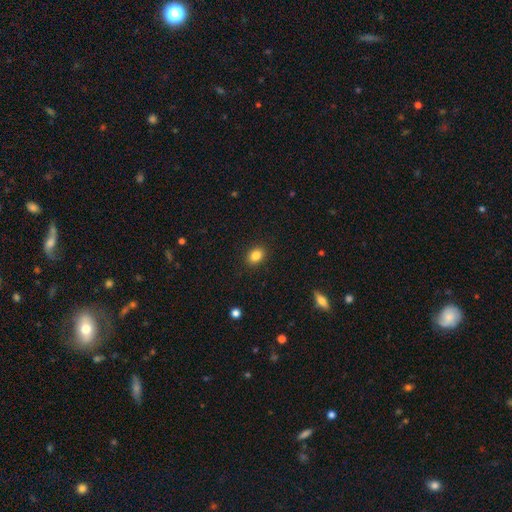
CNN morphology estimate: A smooth galaxy with no disk features (85%) that is in between round and cigar-shaped (63%).

Vote fractions:
- Smooth or featured? smooth: 85% / star or artifact: 10% / featured or disk: 5%
- How rounded? in between: 63% / round: 36% / cigar-shaped: 1%
- Merging? none: 90% / minor disturbance: 7% / major disturbance: 2% / merger: 1%